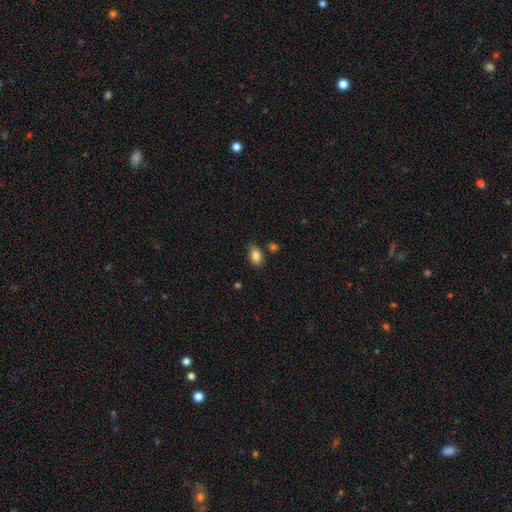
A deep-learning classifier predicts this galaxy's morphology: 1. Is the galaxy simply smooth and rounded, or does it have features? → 85% smooth, 8% star or artifact, 7% featured or disk.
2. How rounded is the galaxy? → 88% in between, 11% round, 2% cigar-shaped.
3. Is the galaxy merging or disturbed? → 74% none, 17% minor disturbance, 5% merger, 3% major disturbance.